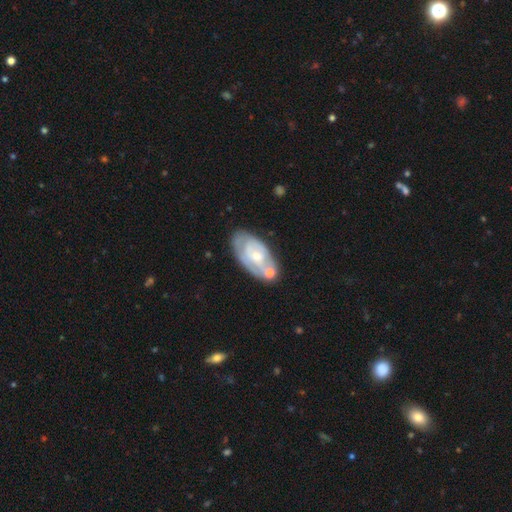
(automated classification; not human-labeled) smooth_or_featured: featured or disk (p=0.65) [alt: smooth p=0.30]
disk_edge_on: no (p=0.93) [alt: yes p=0.07]
bar: no (p=0.75) [alt: weak p=0.21]
has_spiral_arms: yes (p=0.59) [alt: no p=0.41]
bulge_size: small (p=0.54) [alt: moderate p=0.40]
merging: none (p=0.54) [alt: minor disturbance p=0.22]